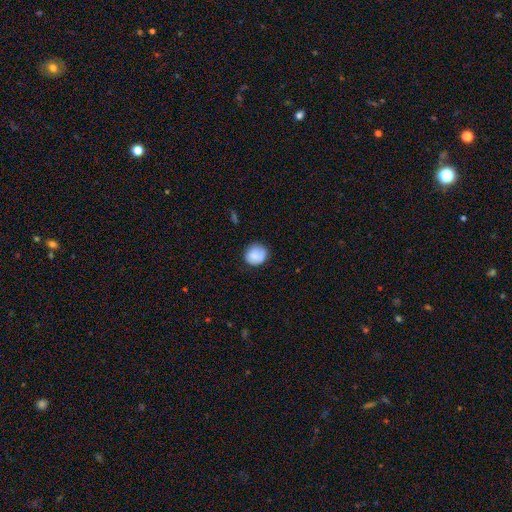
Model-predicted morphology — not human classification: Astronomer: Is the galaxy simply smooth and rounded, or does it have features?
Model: smooth — 85%.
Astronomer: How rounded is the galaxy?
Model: round — 85%.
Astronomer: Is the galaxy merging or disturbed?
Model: none — 80%.